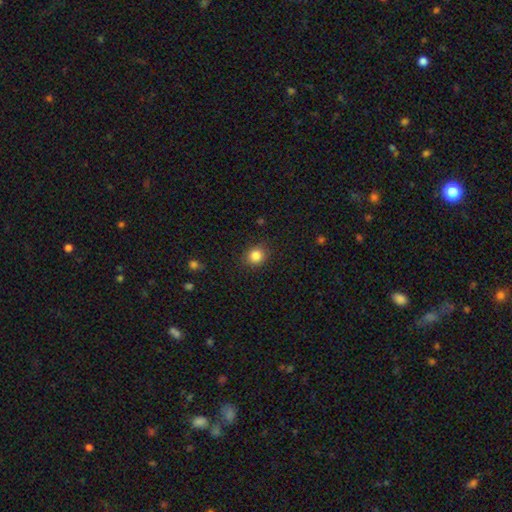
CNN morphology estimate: This is clearly a smooth galaxy (85%). How rounded: clearly round (82%). Merging: clearly none (88%).